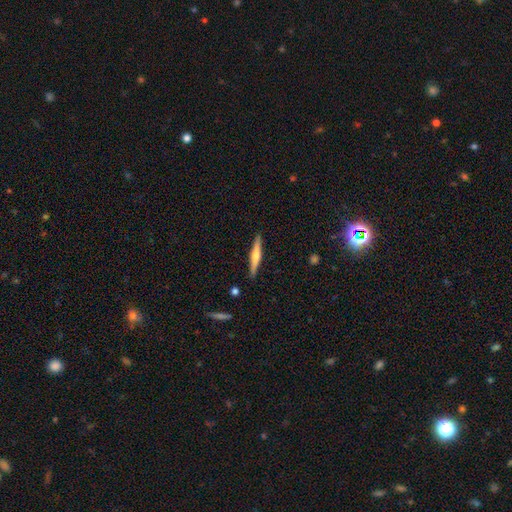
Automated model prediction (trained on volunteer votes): smooth-or-featured: featured or disk: 59% | smooth: 36% | star or artifact: 5%
  disk-edge-on: yes: 97% | no: 3%
    edge-on-bulge: rounded: 86% | none: 8% | boxy: 6%
  merging: none: 90% | minor disturbance: 7% | major disturbance: 1% | merger: 1%